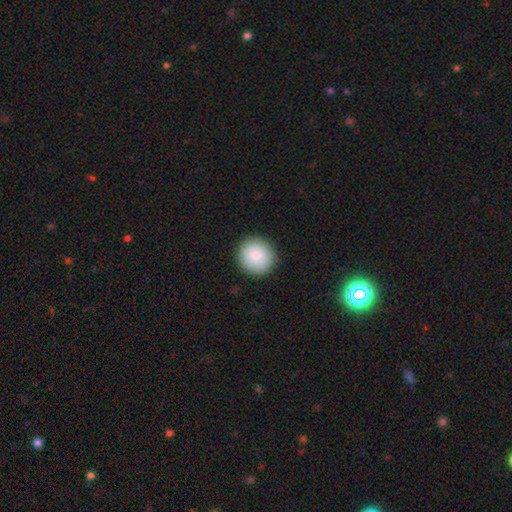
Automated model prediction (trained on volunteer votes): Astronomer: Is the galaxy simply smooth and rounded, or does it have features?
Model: smooth — 86%.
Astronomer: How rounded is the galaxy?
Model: round — 94%.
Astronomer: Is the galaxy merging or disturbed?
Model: none — 92%.